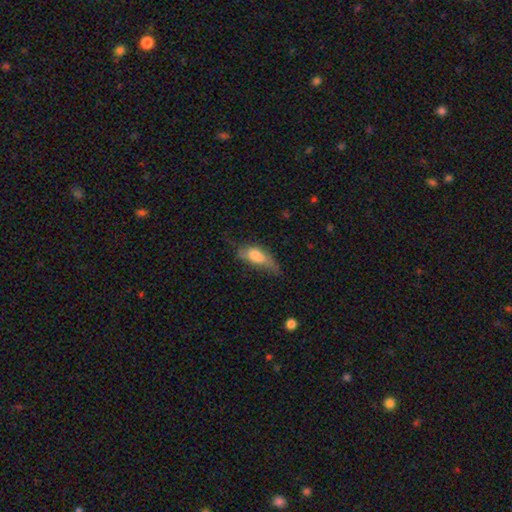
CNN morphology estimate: smooth-or-featured: smooth: 67% | featured or disk: 25% | star or artifact: 8%
  how-rounded: in between: 73% | cigar-shaped: 24% | round: 3%
  merging: minor disturbance: 36% | none: 34% | major disturbance: 27% | merger: 3%